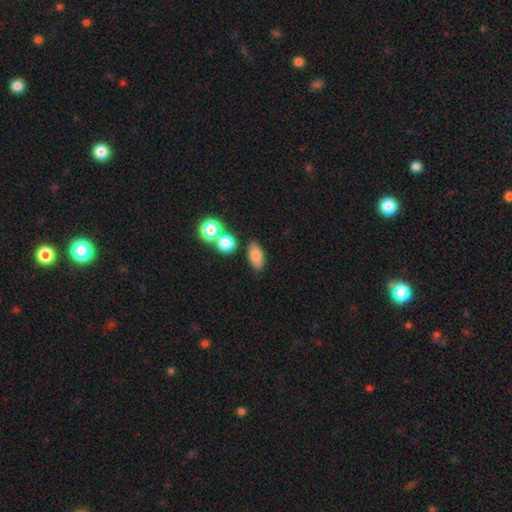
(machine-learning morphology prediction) A smooth galaxy with no disk features (78%) that is in between round and cigar-shaped (83%).

Vote fractions:
- Smooth or featured? smooth: 78% / featured or disk: 11% / star or artifact: 10%
- How rounded? in between: 83% / round: 9% / cigar-shaped: 8%
- Merging? none: 78% / minor disturbance: 11% / merger: 8% / major disturbance: 3%